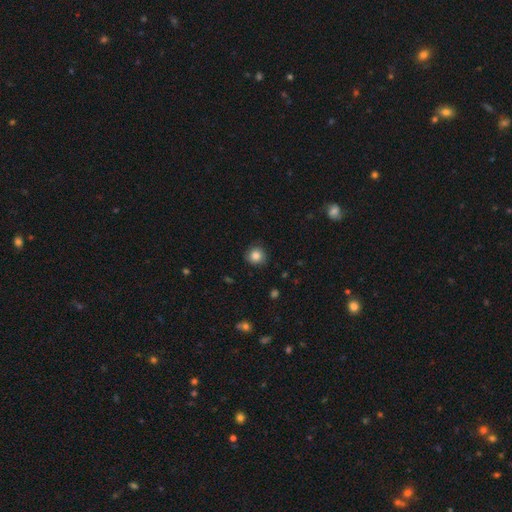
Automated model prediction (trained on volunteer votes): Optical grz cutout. It shows a smooth galaxy with no disk features (84%) that is round (91%). Merging: none (85%).